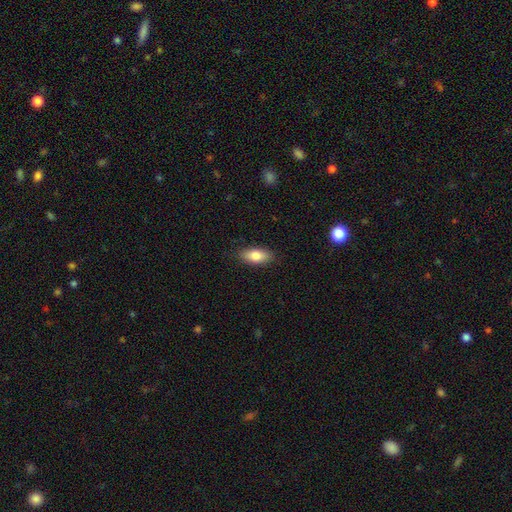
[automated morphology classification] Smooth or featured? smooth (82%)
How rounded? in between (85%)
Merging? none (86%)